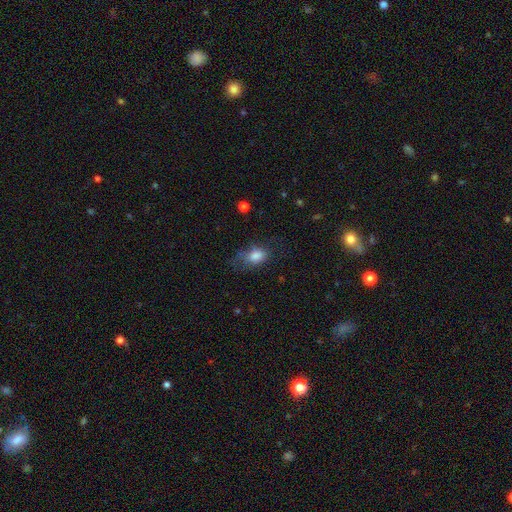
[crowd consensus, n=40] Morphology: type=smooth (70%); roundness=in between (75%); merging=none (51%).